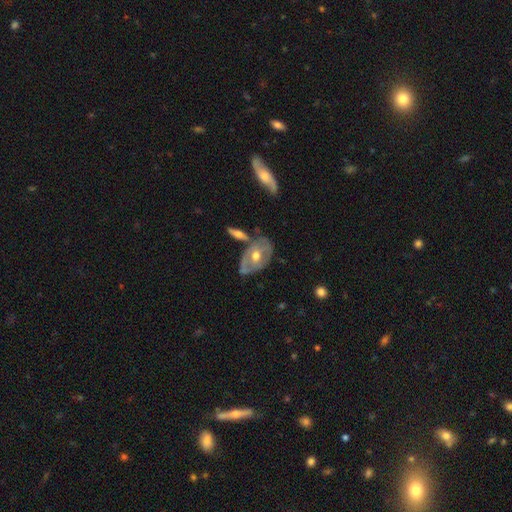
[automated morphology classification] Overall: featured or disk (65%; smooth 29%). Edge-on disk: no (89%). Bar: no (73%). Spiral arms: no (54%; yes 46%). Bulge size: moderate (75%). Merging: none (50%; minor disturbance 23%).